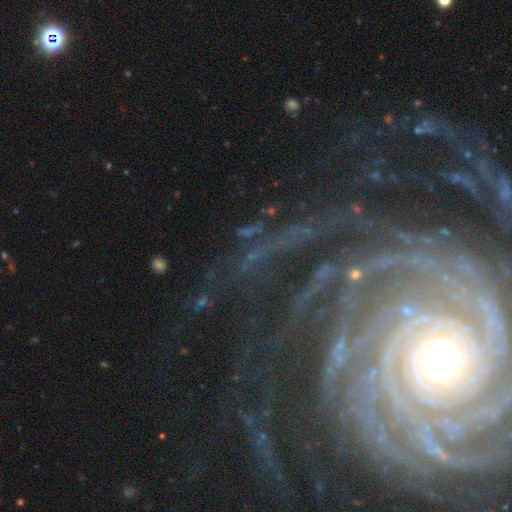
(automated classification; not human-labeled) A featured or disk galaxy (67%) with no bar (36%), tight (66%) spiral arms (94%) and a small central bulge (66%).

Vote fractions:
- Smooth or featured? featured or disk: 67% / star or artifact: 22% / smooth: 10%
- Edge-on disk? no: 92% / yes: 8%
- Bar? no: 36% / strong: 33% / weak: 30%
- Spiral arms? yes: 94% / no: 6%
- Spiral winding? tight: 66% / medium: 26% / loose: 9%
- Spiral arm count? can't tell: 22% / 2: 20% / 3: 19% / more than 4: 14% / 4: 14% / 1: 12%
- Bulge size? small: 66% / moderate: 21% / none: 6% / large: 4% / dominant: 3%
- Merging? none: 71% / minor disturbance: 15% / major disturbance: 11% / merger: 4%